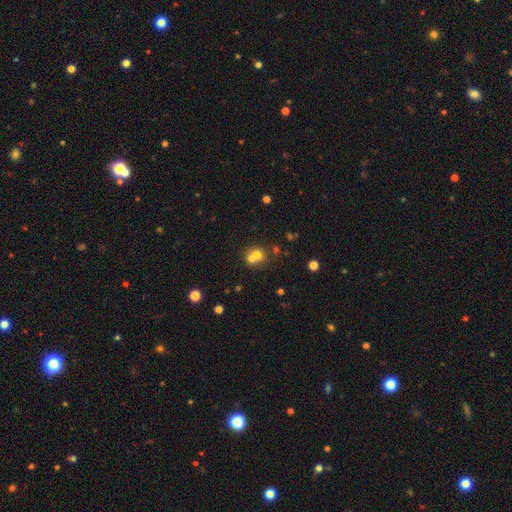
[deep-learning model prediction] Morphology: type=smooth (66%); roundness=round (79%); merging=merger (58%).